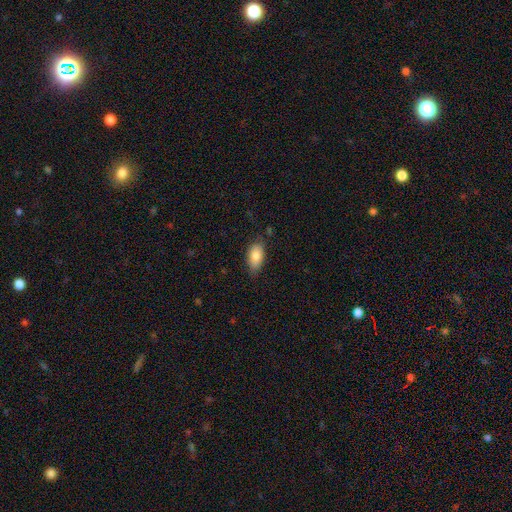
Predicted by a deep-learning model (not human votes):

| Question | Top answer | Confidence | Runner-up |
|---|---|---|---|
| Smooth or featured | smooth | 84% | featured or disk (9%) |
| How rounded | in between | 92% | round (4%) |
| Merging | none | 74% | minor disturbance (21%) |